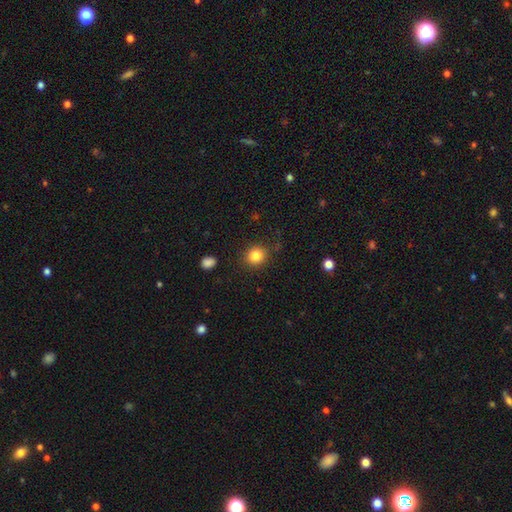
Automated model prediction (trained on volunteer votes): Q: Smooth or featured?
A: smooth (84%); runner-up: star or artifact (10%)
Q: How rounded?
A: round (82%); runner-up: in between (17%)
Q: Merging?
A: none (84%); runner-up: minor disturbance (10%)